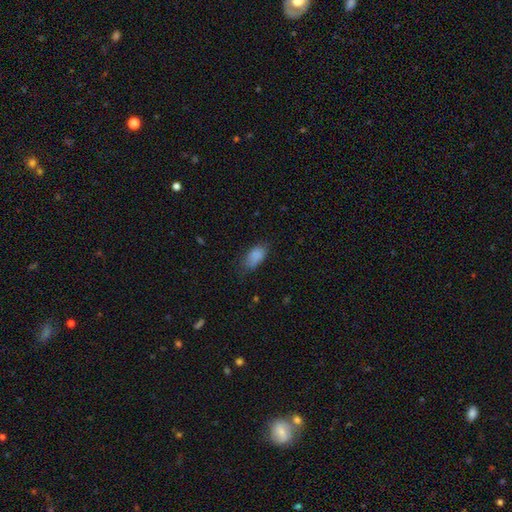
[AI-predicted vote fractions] Morphology: type=smooth (85%); roundness=in between (91%); merging=none (63%).